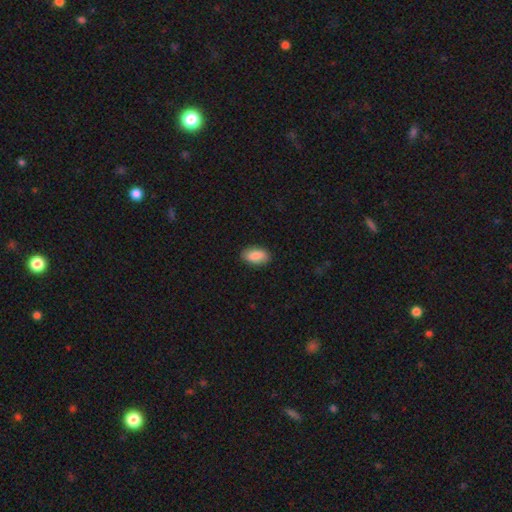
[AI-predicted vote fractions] Smooth or featured? smooth (88%)
How rounded? in between (92%)
Merging? none (88%)